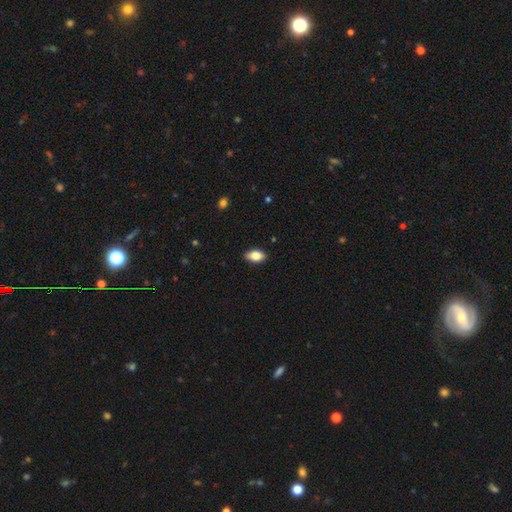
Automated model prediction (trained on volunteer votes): smooth 80%, featured or disk 13%, star or artifact 7%. Down the decision tree: how rounded — in between (90%); merging — none (87%).